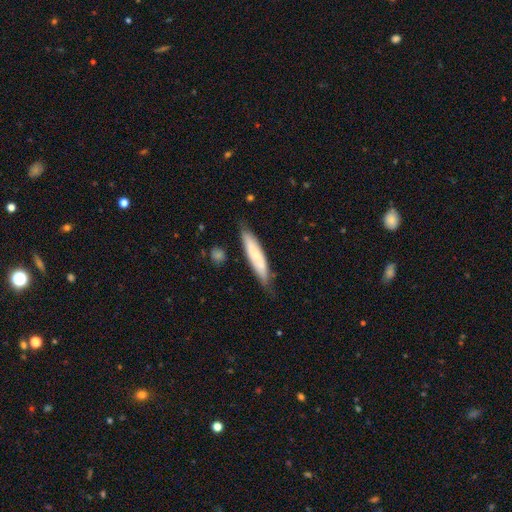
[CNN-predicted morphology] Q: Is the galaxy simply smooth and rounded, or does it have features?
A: smooth — 61%.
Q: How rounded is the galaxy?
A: cigar-shaped — 83%.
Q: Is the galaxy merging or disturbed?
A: none — 74%.